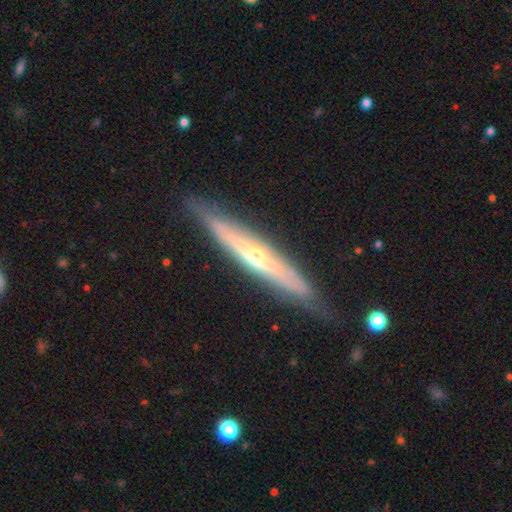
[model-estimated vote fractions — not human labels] smooth_or_featured: featured or disk (p=0.77) [alt: smooth p=0.17]
disk_edge_on: yes (p=0.89) [alt: no p=0.11]
edge_on_bulge: rounded (p=0.70) [alt: none p=0.25]
merging: none (p=0.82) [alt: minor disturbance p=0.14]